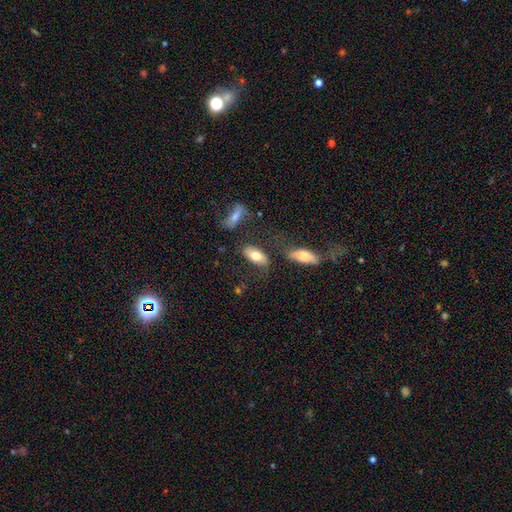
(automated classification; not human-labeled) smooth-or-featured: smooth: 72% | featured or disk: 20% | star or artifact: 7%
  how-rounded: in between: 88% | cigar-shaped: 9% | round: 3%
  merging: none: 69% | minor disturbance: 16% | merger: 9% | major disturbance: 6%